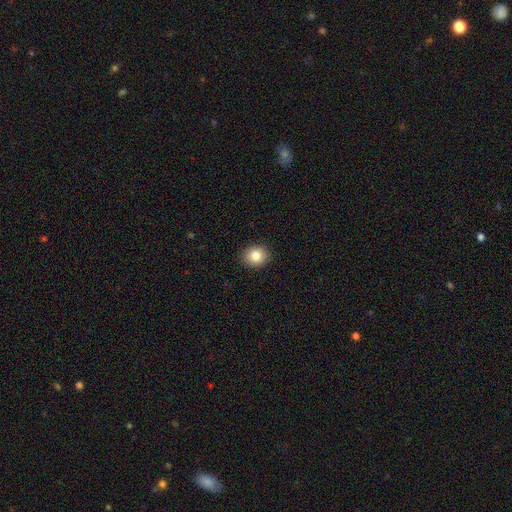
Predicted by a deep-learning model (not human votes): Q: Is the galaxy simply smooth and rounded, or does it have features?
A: smooth — 83%.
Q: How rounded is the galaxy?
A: round — 75%.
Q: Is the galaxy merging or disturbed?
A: none — 91%.